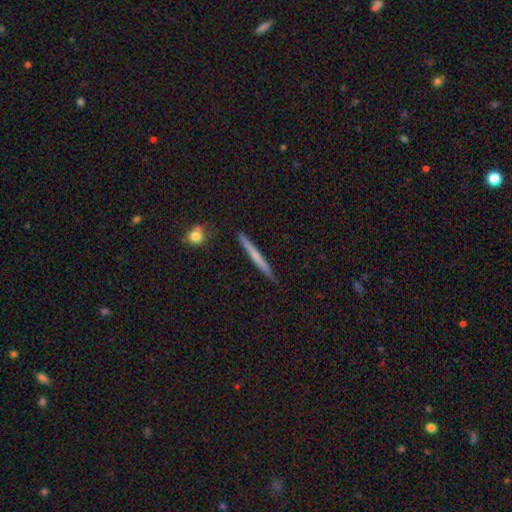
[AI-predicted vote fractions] Smooth or featured?
  - smooth: 49% *
  - featured or disk: 45%
  - star or artifact: 6%
Merging?
  - none: 89% *
  - minor disturbance: 7%
  - merger: 2%
  - major disturbance: 1%